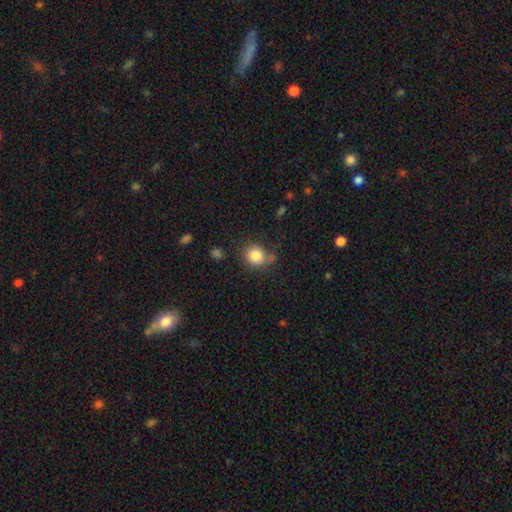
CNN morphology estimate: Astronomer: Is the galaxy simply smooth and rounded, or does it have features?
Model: smooth — 83%.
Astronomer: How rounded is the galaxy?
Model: round — 80%.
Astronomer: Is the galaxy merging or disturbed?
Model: none — 67%.